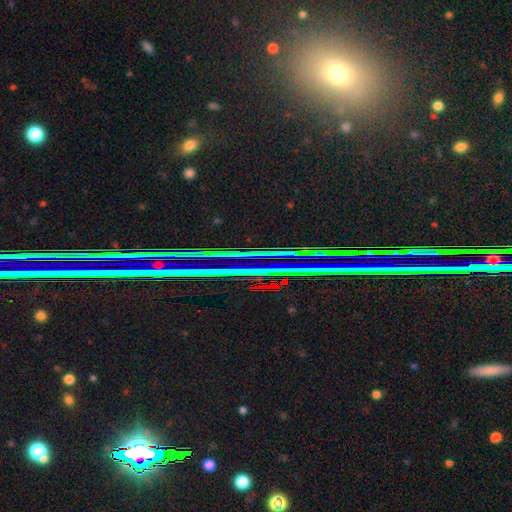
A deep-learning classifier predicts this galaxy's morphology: Q: Smooth or featured?
A: star or artifact (73%); runner-up: smooth (15%)